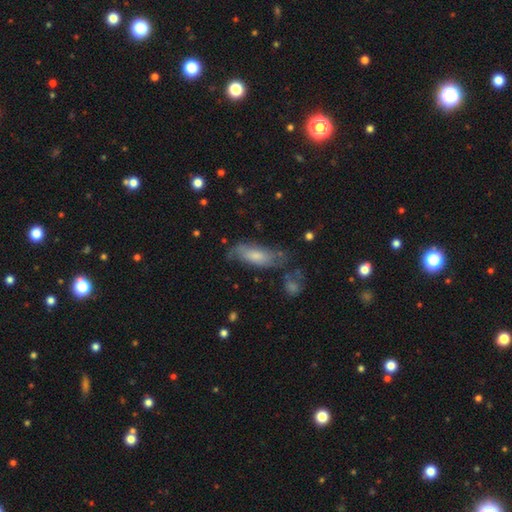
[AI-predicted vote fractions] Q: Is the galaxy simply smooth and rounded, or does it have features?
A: smooth — 59%.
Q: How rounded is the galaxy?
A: in between — 71%.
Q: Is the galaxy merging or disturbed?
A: none — 51%.